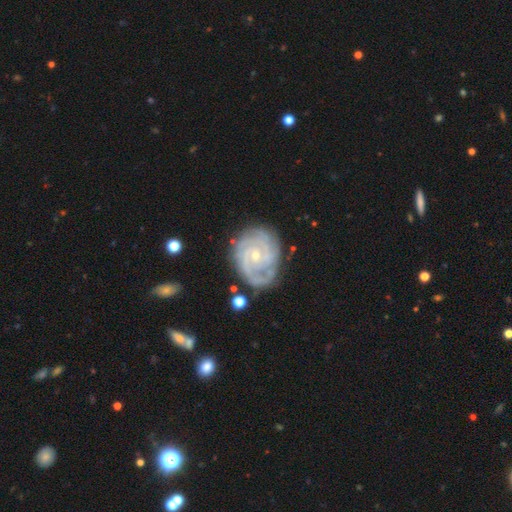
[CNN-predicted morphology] Smooth or featured? Predicted: featured or disk (p=0.88). Edge-on disk? Predicted: no (p=0.98). Bar? Predicted: no (p=0.69). Spiral arms? Predicted: yes (p=0.97). Spiral winding? Predicted: tight (p=0.73). Spiral arm count? Predicted: 3 (p=0.25). Bulge size? Predicted: small (p=0.74). Merging? Predicted: none (p=0.72).